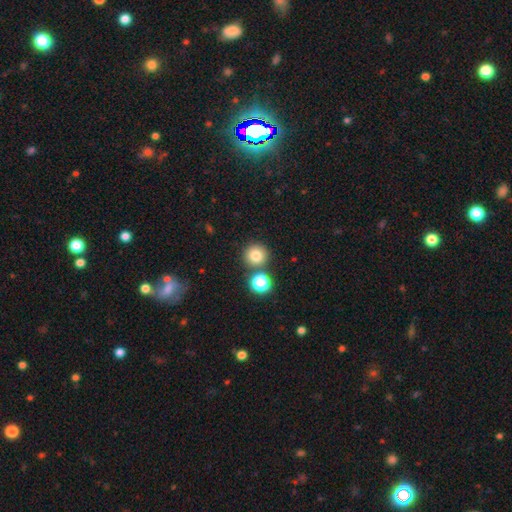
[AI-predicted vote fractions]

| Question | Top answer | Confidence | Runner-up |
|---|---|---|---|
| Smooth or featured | smooth | 79% | star or artifact (14%) |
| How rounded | round | 94% | in between (5%) |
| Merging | none | 79% | merger (12%) |